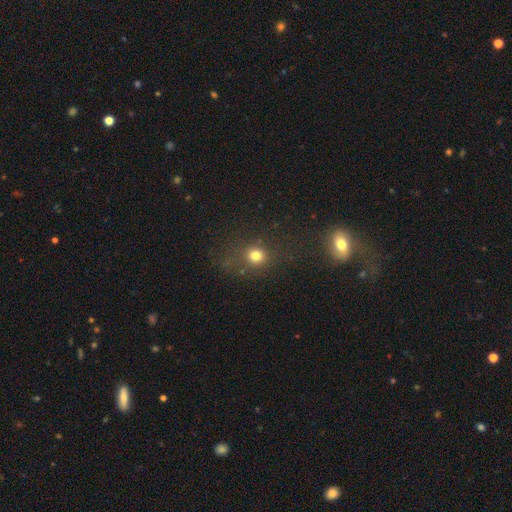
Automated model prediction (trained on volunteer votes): Smooth or featured?
  - smooth: 74% *
  - star or artifact: 18%
  - featured or disk: 8%
How rounded?
  - round: 83% *
  - in between: 16%
  - cigar-shaped: 2%
Merging?
  - none: 75% *
  - minor disturbance: 12%
  - major disturbance: 8%
  - merger: 4%